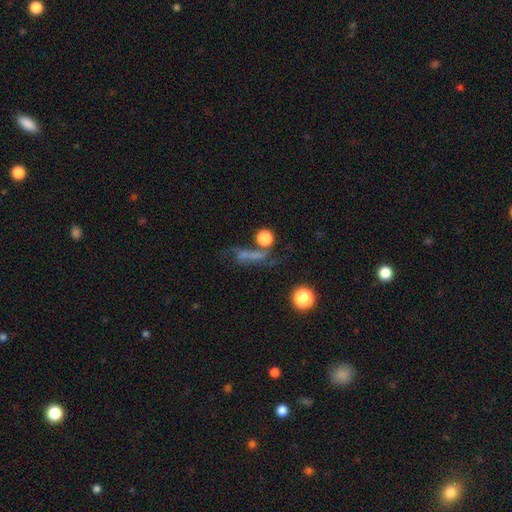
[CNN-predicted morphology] The model was most divided on "smooth or featured": smooth: 37%, featured or disk: 34%, star or artifact: 29%. Remaining: merging — none (42%).